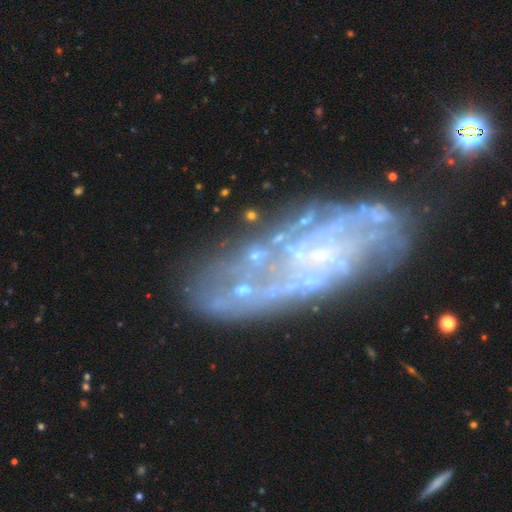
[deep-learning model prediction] The model was most divided on "spiral arms": yes: 59%, no: 41%. More confident: edge-on disk — no (94%); smooth or featured — featured or disk (75%); bar — no (72%); merging — none (57%); bulge size — small (57%).